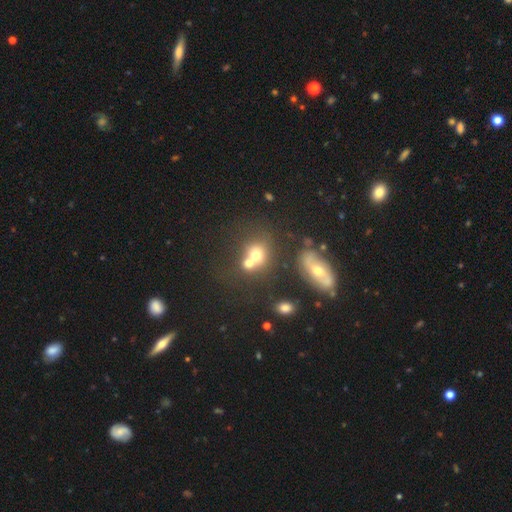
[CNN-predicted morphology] This is likely a smooth galaxy (66%). How rounded: likely round (69%). Merging: possibly merger (52%).